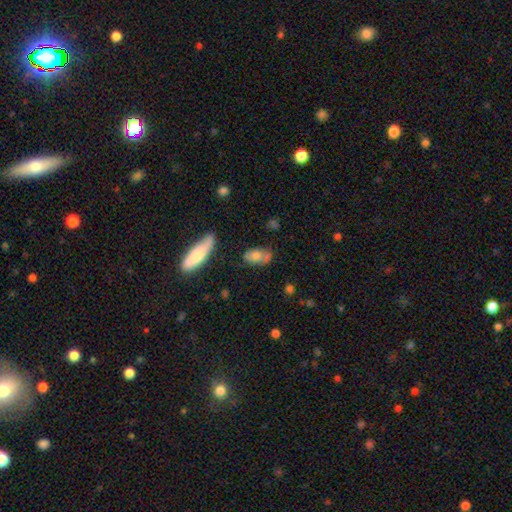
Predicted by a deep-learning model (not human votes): Q: Smooth or featured?
A: smooth (66%); runner-up: featured or disk (26%)
Q: How rounded?
A: in between (87%); runner-up: round (7%)
Q: Merging?
A: none (55%); runner-up: minor disturbance (27%)